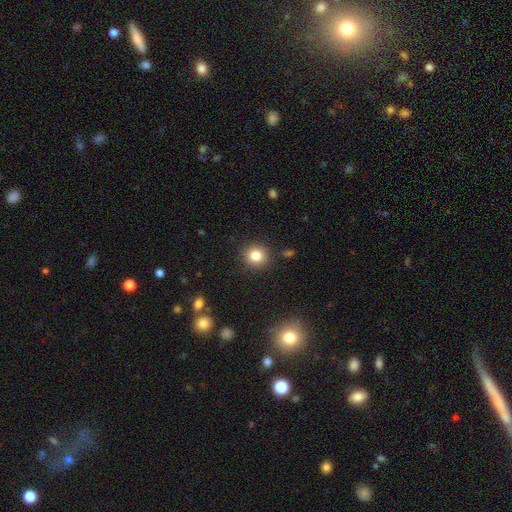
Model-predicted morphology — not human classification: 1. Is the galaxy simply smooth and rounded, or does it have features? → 82% smooth, 11% star or artifact, 7% featured or disk.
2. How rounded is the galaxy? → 90% round, 9% in between, 1% cigar-shaped.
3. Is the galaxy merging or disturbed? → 89% none, 7% minor disturbance, 2% major disturbance, 2% merger.